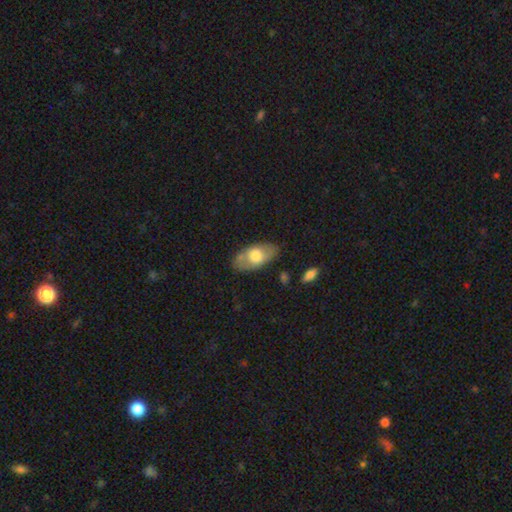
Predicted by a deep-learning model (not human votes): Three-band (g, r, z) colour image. It shows a smooth galaxy with no disk features (61%) that is in between round and cigar-shaped (92%). Merging: none (76%).